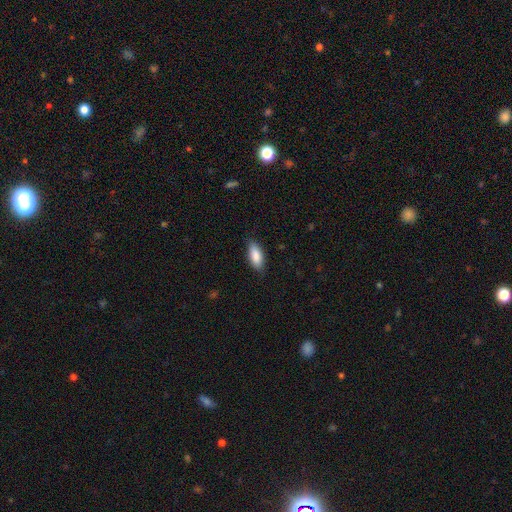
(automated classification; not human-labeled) smooth-or-featured: smooth: 86% | featured or disk: 8% | star or artifact: 6%
  how-rounded: in between: 81% | cigar-shaped: 17% | round: 2%
  merging: none: 84% | minor disturbance: 13% | major disturbance: 2% | merger: 1%